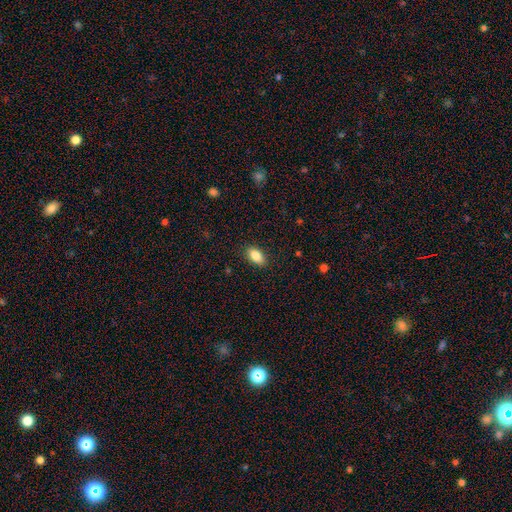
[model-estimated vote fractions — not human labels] A smooth galaxy with no disk features (84%) that is in between round and cigar-shaped (91%). Merging: none (88%).